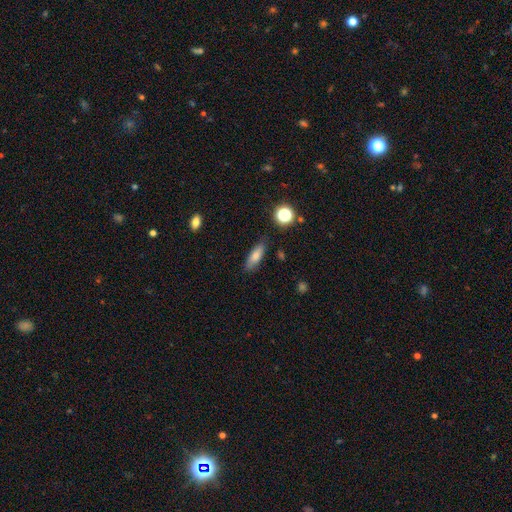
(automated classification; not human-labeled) A smooth galaxy with no disk features (77%) that is in between round and cigar-shaped (57%).

Vote fractions:
- Smooth or featured? smooth: 77% / featured or disk: 14% / star or artifact: 9%
- How rounded? in between: 57% / cigar-shaped: 39% / round: 4%
- Merging? none: 84% / minor disturbance: 11% / major disturbance: 3% / merger: 2%